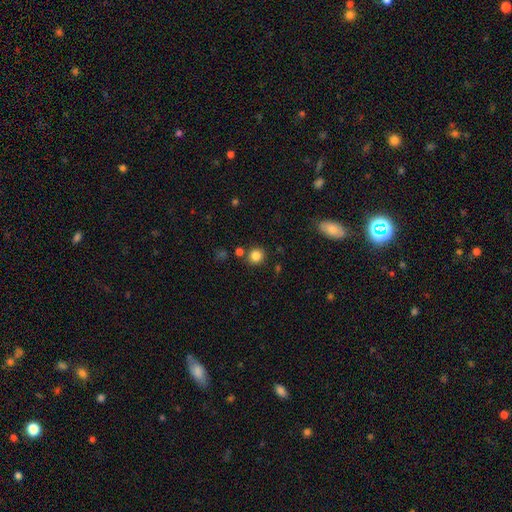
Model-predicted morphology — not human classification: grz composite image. It shows a smooth galaxy with no disk features (84%) that is round (89%). Merging: none (83%).